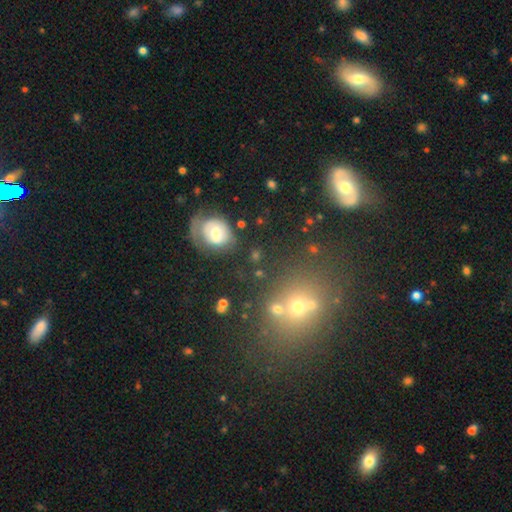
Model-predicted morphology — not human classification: Overall: smooth (43%; star or artifact 32%). Merging: none (63%).